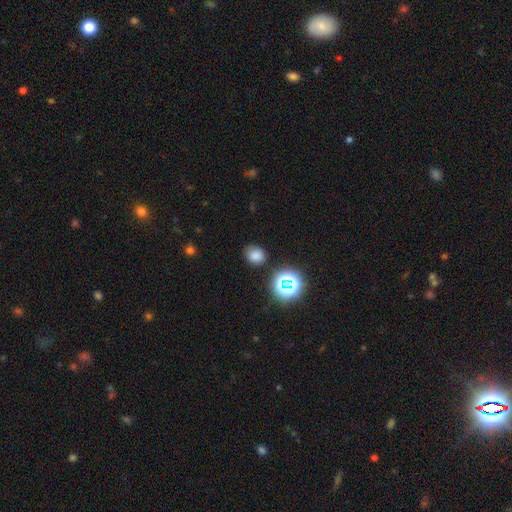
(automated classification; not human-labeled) Q: Smooth or featured?
A: smooth (75%); runner-up: star or artifact (19%)
Q: How rounded?
A: round (60%); runner-up: in between (39%)
Q: Merging?
A: none (78%); runner-up: minor disturbance (15%)